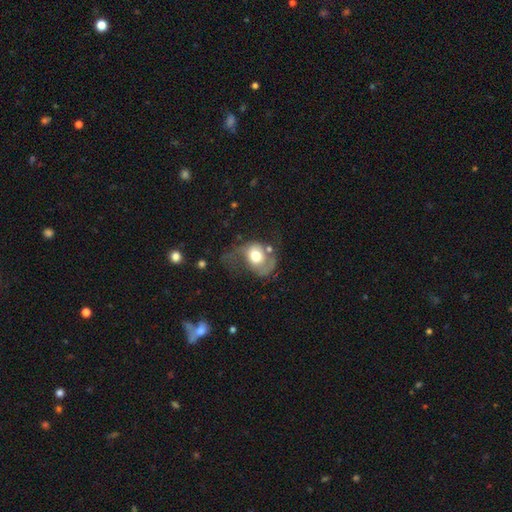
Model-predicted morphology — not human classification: featured or disk 53%, smooth 40%, star or artifact 7%. Down the decision tree: edge-on disk — no (96%); bar — no (77%); spiral arms — yes (68%); bulge size — moderate (57%); merging — major disturbance (46%).